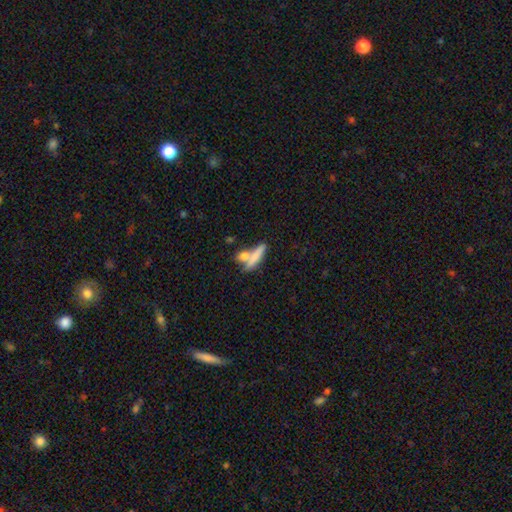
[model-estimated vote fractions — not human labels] Smooth or featured? smooth (70%)
How rounded? cigar-shaped (73%)
Merging? none (46%)